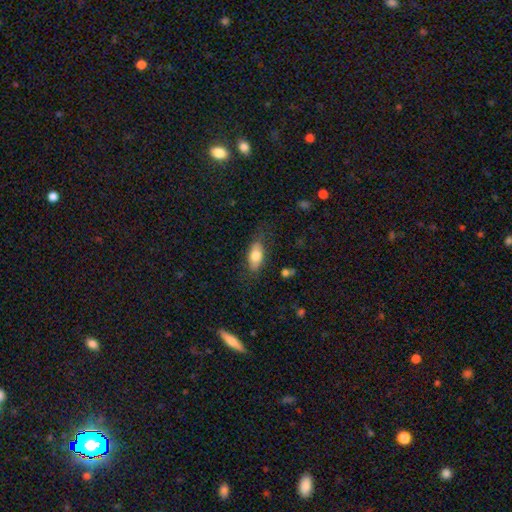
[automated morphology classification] This appears to be a smooth galaxy with no disk features (74%) that is in between round and cigar-shaped (85%). Merging: none (75%).